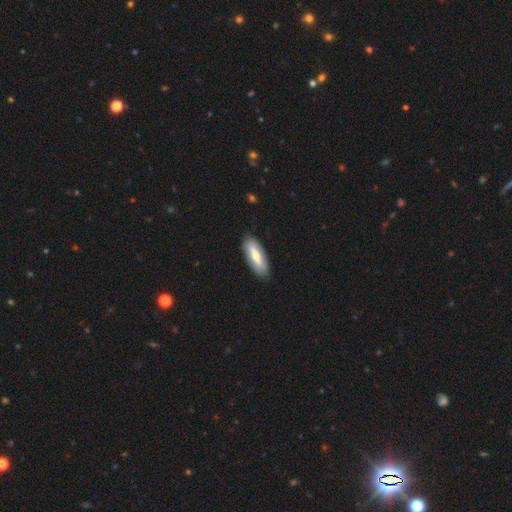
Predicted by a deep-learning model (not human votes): This is possibly a smooth galaxy (50%). Merging: clearly none (85%).